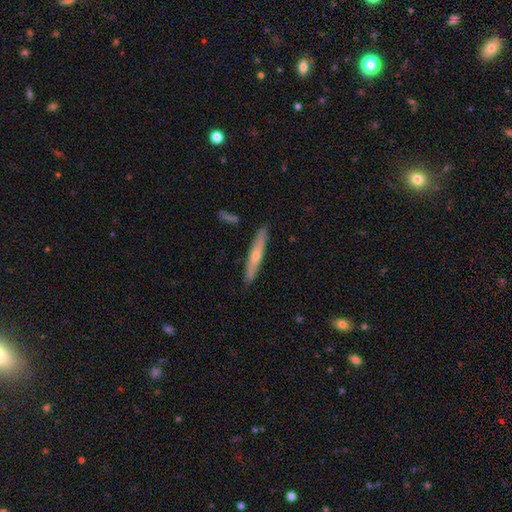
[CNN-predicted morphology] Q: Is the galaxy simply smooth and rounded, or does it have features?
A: featured or disk — 51%.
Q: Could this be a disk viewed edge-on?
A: yes — 90%.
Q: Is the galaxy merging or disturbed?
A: none — 88%.